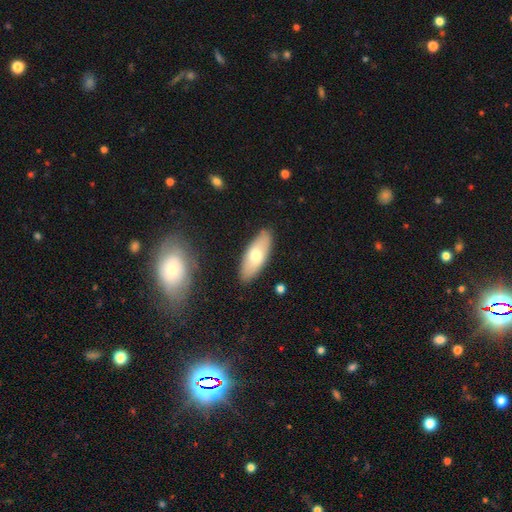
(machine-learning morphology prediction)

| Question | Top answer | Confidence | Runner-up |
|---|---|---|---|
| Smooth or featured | smooth | 66% | featured or disk (28%) |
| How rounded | in between | 79% | cigar-shaped (19%) |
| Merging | none | 87% | minor disturbance (9%) |